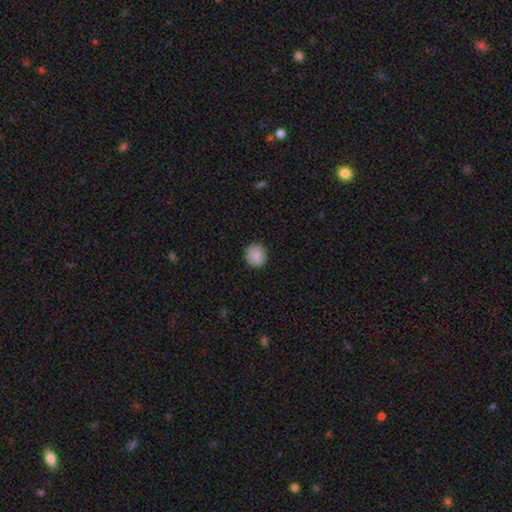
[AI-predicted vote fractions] smooth-or-featured: smooth: 88% | star or artifact: 8% | featured or disk: 4%
  how-rounded: round: 92% | in between: 8% | cigar-shaped: 1%
  merging: none: 90% | minor disturbance: 8% | major disturbance: 2% | merger: 1%